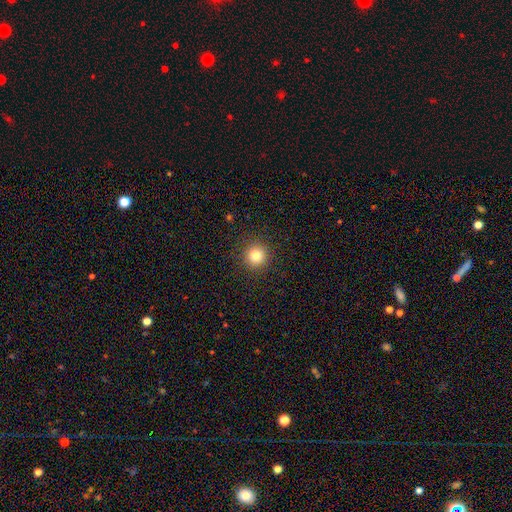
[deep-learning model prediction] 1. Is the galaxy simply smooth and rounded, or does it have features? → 82% smooth, 13% star or artifact, 6% featured or disk.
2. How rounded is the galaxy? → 95% round, 4% in between, 1% cigar-shaped.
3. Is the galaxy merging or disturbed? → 91% none, 5% minor disturbance, 2% major disturbance, 1% merger.